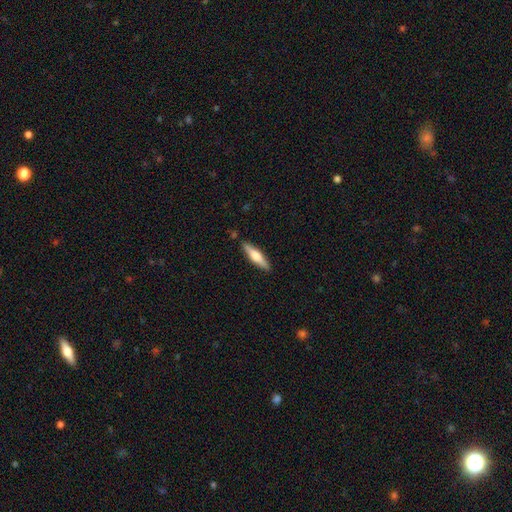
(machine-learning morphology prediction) type=smooth (48%); merging=none (87%).